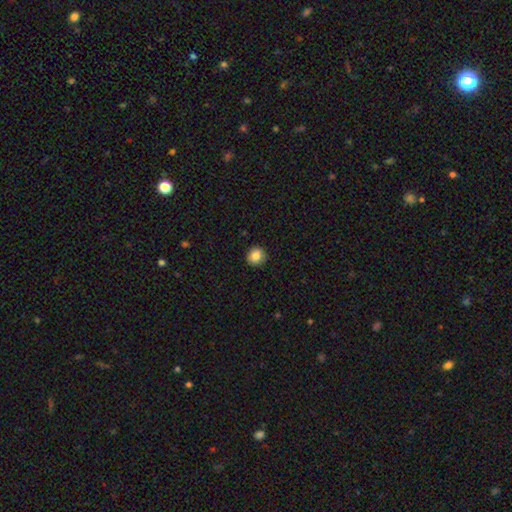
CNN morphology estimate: Overall: smooth (86%). How rounded: round (90%). Merging: none (89%).